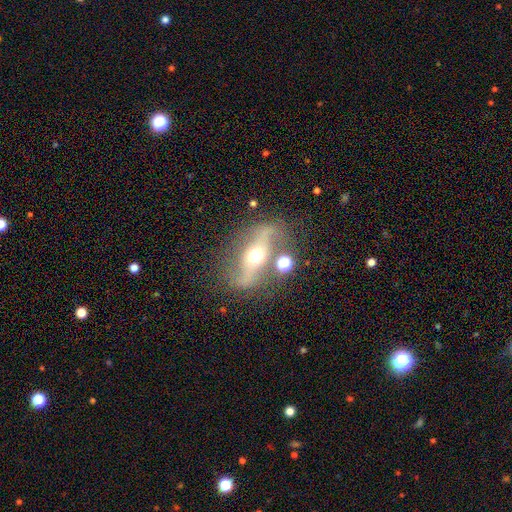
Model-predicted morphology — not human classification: A featured or disk galaxy (79%) with a strong bar (50%), spiral arms (72%) and a moderate central bulge (65%). Merging: none (71%).